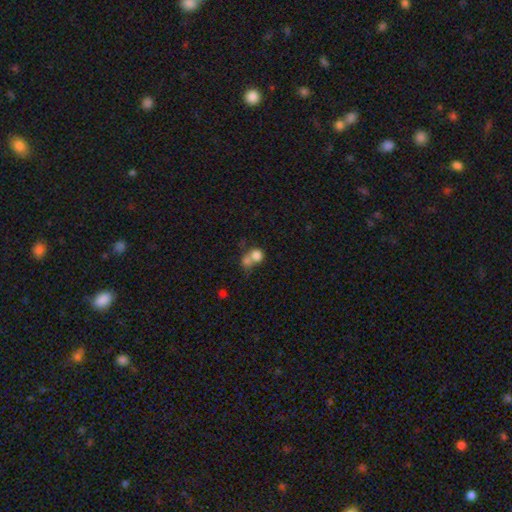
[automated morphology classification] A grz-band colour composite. It shows a smooth galaxy with no disk features (78%) that is round (77%). Merging: merger (59%).